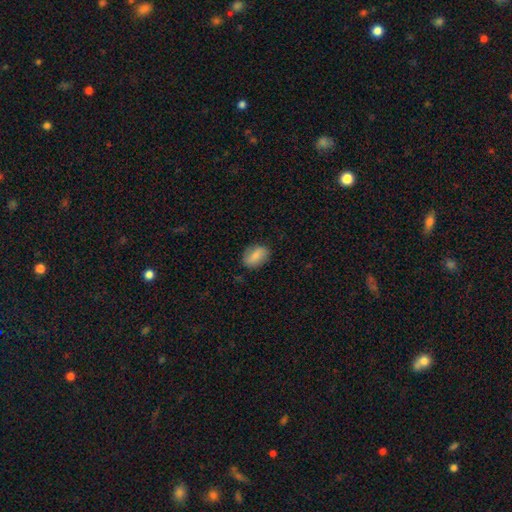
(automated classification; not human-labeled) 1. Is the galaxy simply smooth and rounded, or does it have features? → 76% smooth, 17% featured or disk, 7% star or artifact.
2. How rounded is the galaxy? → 83% in between, 15% round, 2% cigar-shaped.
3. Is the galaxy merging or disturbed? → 82% none, 14% minor disturbance, 3% major disturbance, 1% merger.